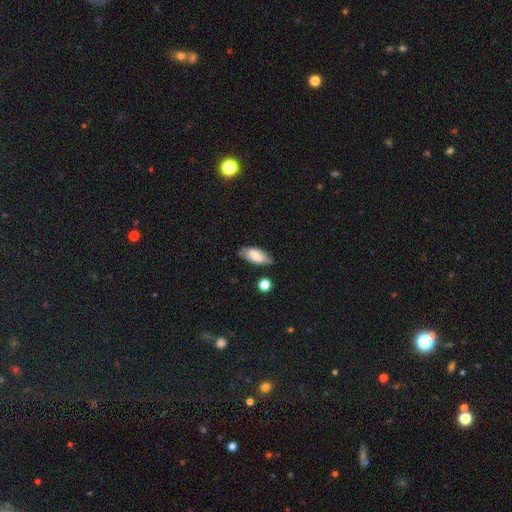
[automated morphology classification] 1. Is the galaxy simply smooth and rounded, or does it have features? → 71% smooth, 22% featured or disk, 7% star or artifact.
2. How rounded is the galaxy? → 88% in between, 10% cigar-shaped, 3% round.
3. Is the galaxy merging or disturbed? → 71% none, 22% minor disturbance, 4% major disturbance, 3% merger.